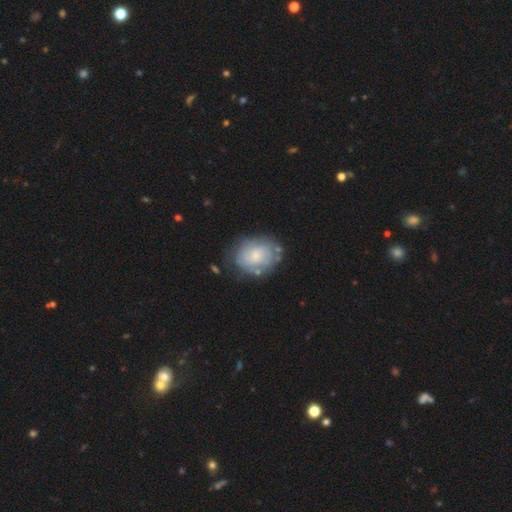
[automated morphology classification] smooth 49%, featured or disk 43%, star or artifact 8%. Down the decision tree: merging — none (66%).